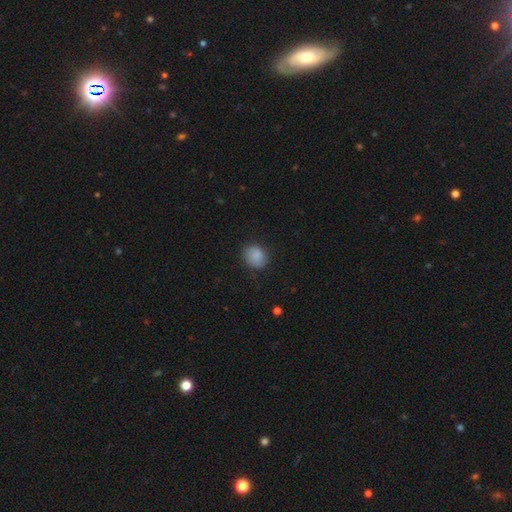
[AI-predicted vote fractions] smooth-or-featured: smooth: 86% | star or artifact: 9% | featured or disk: 6%
  how-rounded: round: 65% | in between: 34% | cigar-shaped: 1%
  merging: none: 78% | minor disturbance: 17% | major disturbance: 4% | merger: 1%